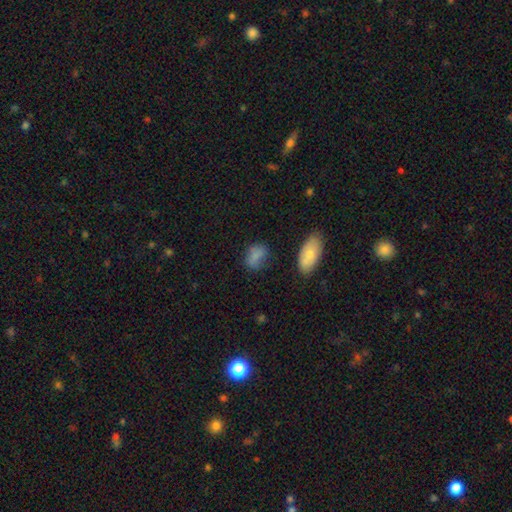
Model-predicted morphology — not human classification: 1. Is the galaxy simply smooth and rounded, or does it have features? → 78% smooth, 11% star or artifact, 11% featured or disk.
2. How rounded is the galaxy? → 77% in between, 20% round, 3% cigar-shaped.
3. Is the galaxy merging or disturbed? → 61% none, 25% minor disturbance, 9% major disturbance, 6% merger.